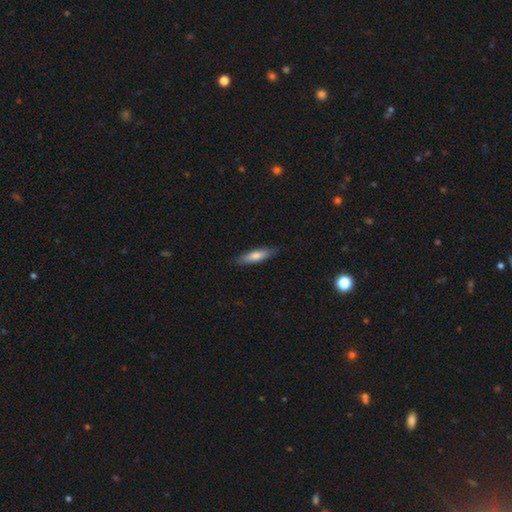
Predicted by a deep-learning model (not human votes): smooth-or-featured: smooth: 71% | featured or disk: 23% | star or artifact: 6%
  how-rounded: cigar-shaped: 71% | in between: 27% | round: 2%
  merging: none: 87% | minor disturbance: 10% | major disturbance: 2% | merger: 1%